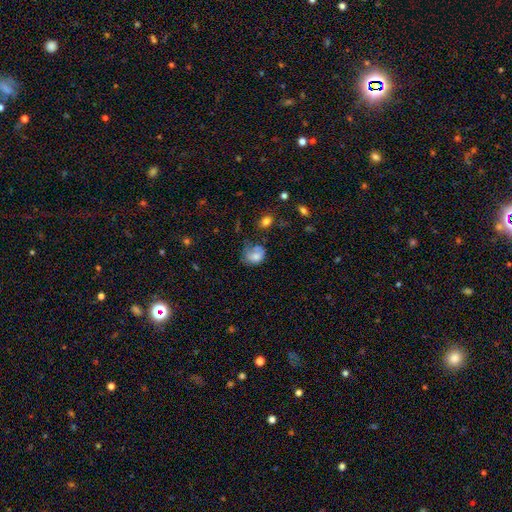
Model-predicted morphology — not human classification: type=smooth (72%); roundness=in between (50%); merging=none (33%, tied with minor disturbance).